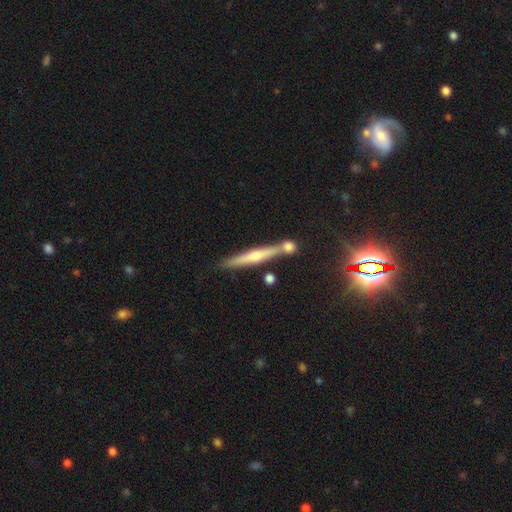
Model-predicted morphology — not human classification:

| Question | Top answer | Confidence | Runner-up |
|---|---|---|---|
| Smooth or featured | featured or disk | 61% | smooth (23%) |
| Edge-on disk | yes | 94% | no (6%) |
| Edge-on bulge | rounded | 77% | none (15%) |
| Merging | none | 77% | minor disturbance (11%) |